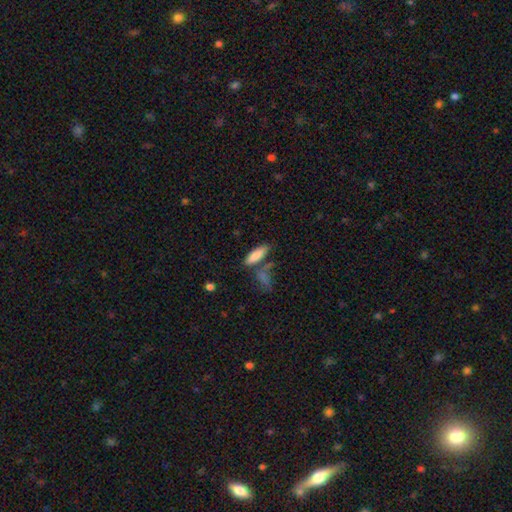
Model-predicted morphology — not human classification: The model was most divided on "how rounded": in between: 56%, cigar-shaped: 42%, round: 2%. More confident: smooth or featured — smooth (84%); merging — none (60%).